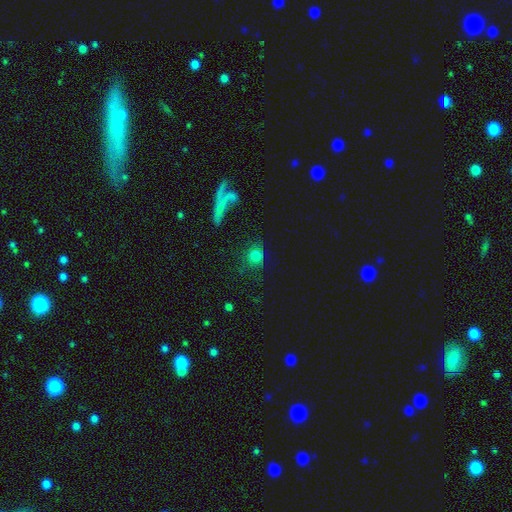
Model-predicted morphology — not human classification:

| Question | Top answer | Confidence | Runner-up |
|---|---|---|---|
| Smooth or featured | smooth | 68% | star or artifact (18%) |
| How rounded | round | 80% | in between (17%) |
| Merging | none | 69% | minor disturbance (14%) |